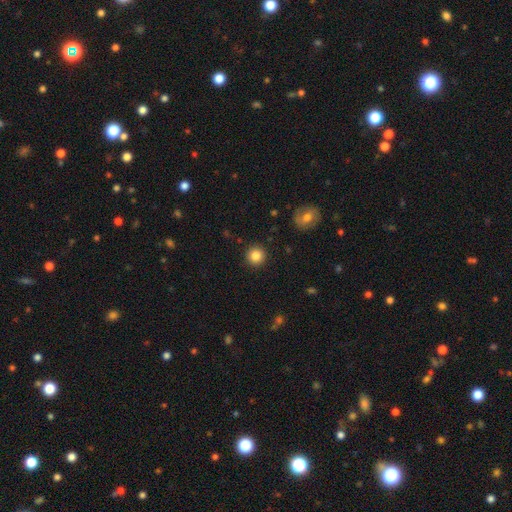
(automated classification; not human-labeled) This appears to be a smooth galaxy with no disk features (84%) that is round (94%). Merging: none (92%).